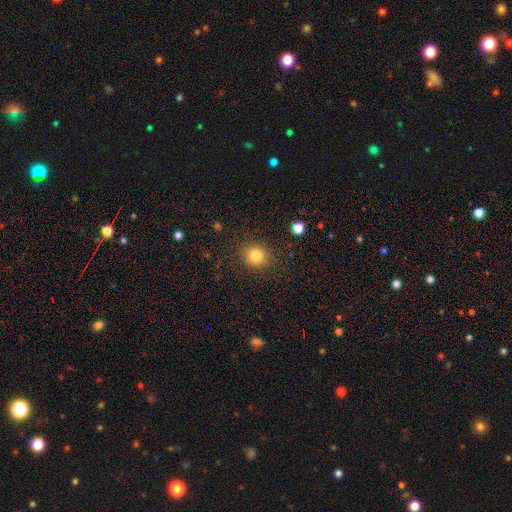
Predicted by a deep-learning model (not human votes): smooth 81%, star or artifact 12%, featured or disk 7%. Down the decision tree: how rounded — round (83%); merging — none (88%).